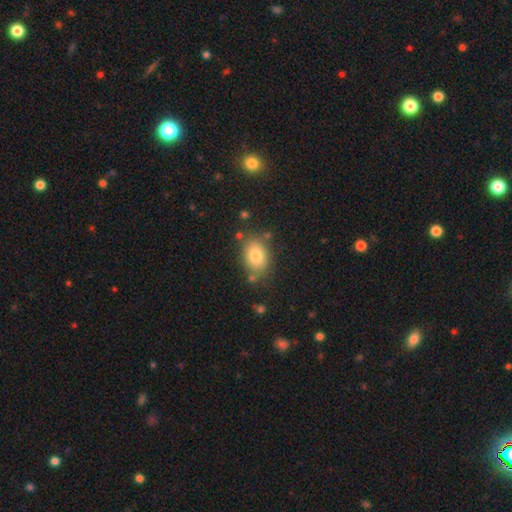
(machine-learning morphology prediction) Smooth or featured? smooth (80%)
How rounded? in between (78%)
Merging? none (77%)